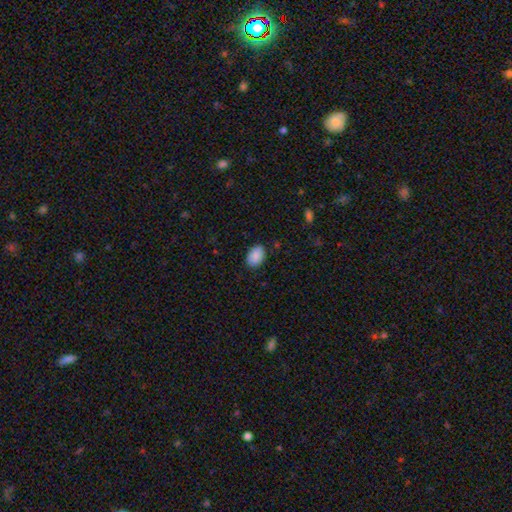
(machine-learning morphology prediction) A smooth galaxy with no disk features (88%) that is in between round and cigar-shaped (85%).

Vote fractions:
- Smooth or featured? smooth: 88% / star or artifact: 7% / featured or disk: 5%
- How rounded? in between: 85% / round: 14% / cigar-shaped: 1%
- Merging? none: 84% / minor disturbance: 12% / major disturbance: 2% / merger: 1%